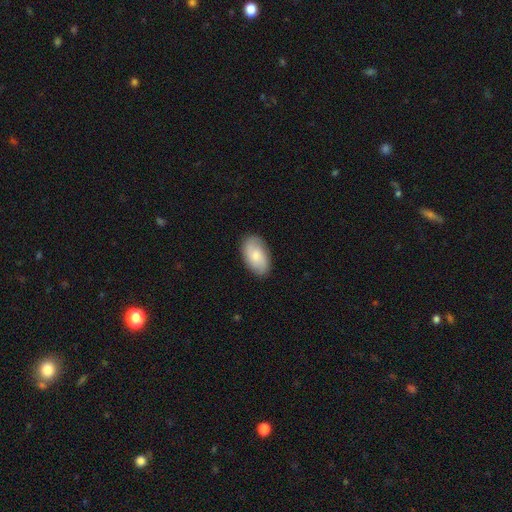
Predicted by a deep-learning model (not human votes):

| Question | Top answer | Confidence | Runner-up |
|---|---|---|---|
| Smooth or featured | smooth | 65% | featured or disk (28%) |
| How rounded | in between | 93% | round (5%) |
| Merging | none | 85% | minor disturbance (12%) |